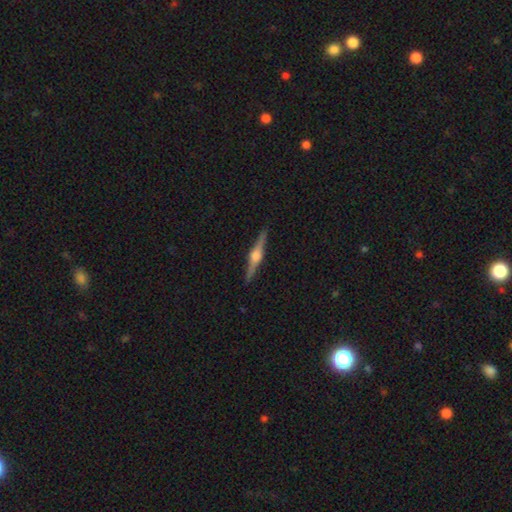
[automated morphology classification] Smooth or featured? Predicted: featured or disk (p=0.83). Edge-on disk? Predicted: yes (p=0.98). Edge-on bulge? Predicted: rounded (p=0.93). Merging? Predicted: none (p=0.92).